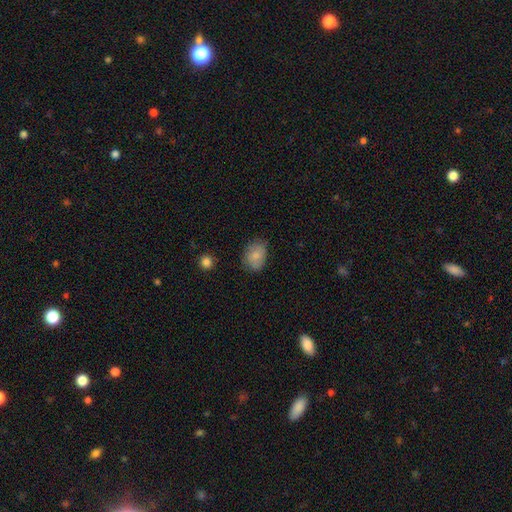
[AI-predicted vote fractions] smooth 82%, featured or disk 11%, star or artifact 7%. Down the decision tree: how rounded — in between (70%); merging — none (71%).